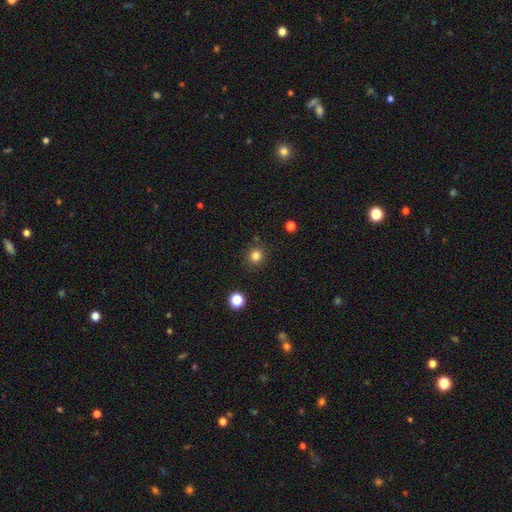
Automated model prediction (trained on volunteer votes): smooth 82%, star or artifact 13%, featured or disk 5%. Down the decision tree: how rounded — round (90%); merging — none (87%).